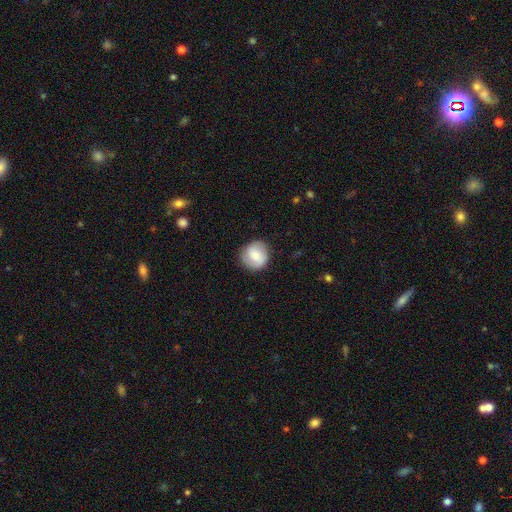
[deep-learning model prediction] Smooth or featured?
  - smooth: 71% *
  - featured or disk: 22%
  - star or artifact: 7%
How rounded?
  - round: 91% *
  - in between: 8%
  - cigar-shaped: 1%
Merging?
  - none: 86% *
  - minor disturbance: 10%
  - major disturbance: 3%
  - merger: 1%